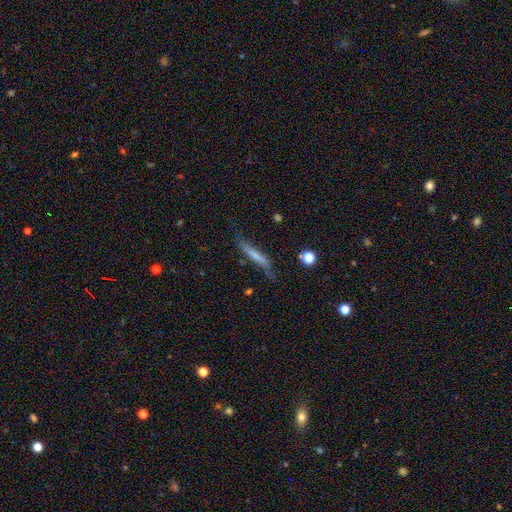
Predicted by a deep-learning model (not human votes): smooth_or_featured: smooth (p=0.56) [alt: featured or disk p=0.37]
how_rounded: cigar-shaped (p=0.91) [alt: in between p=0.07]
merging: none (p=0.64) [alt: minor disturbance p=0.25]